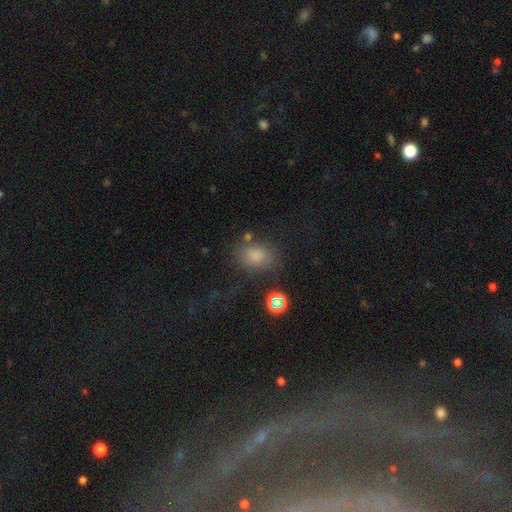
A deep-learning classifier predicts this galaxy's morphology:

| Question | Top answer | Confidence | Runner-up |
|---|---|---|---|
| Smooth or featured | smooth | 73% | star or artifact (18%) |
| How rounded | in between | 53% | round (46%) |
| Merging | none | 69% | minor disturbance (16%) |